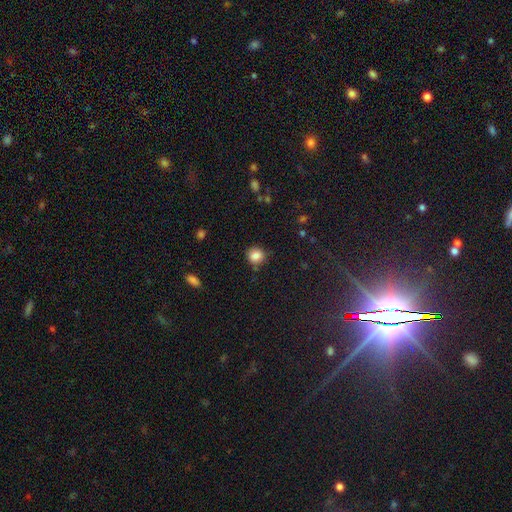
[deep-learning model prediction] Morphology: type=smooth (85%); roundness=round (86%); merging=none (80%).